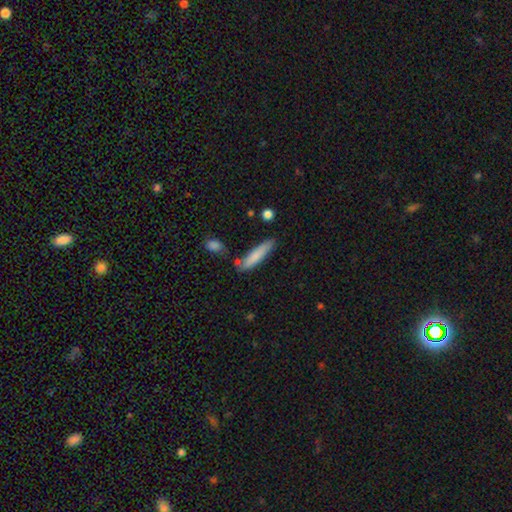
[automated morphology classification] This appears to be a smooth galaxy with no disk features (79%) that is cigar-shaped (84%). Merging: none (72%).